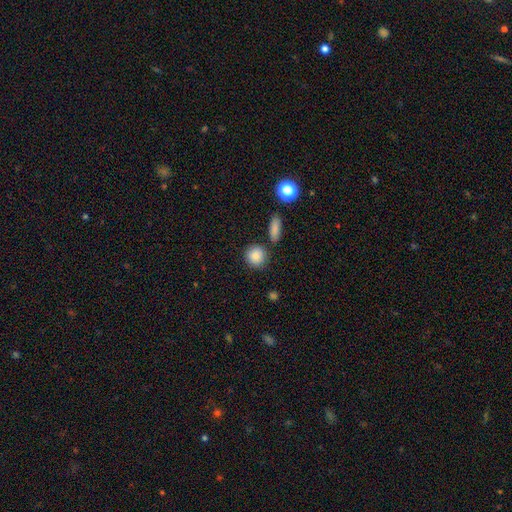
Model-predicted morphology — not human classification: Q: Smooth or featured?
A: smooth (85%); runner-up: star or artifact (9%)
Q: How rounded?
A: round (87%); runner-up: in between (12%)
Q: Merging?
A: none (81%); runner-up: minor disturbance (10%)